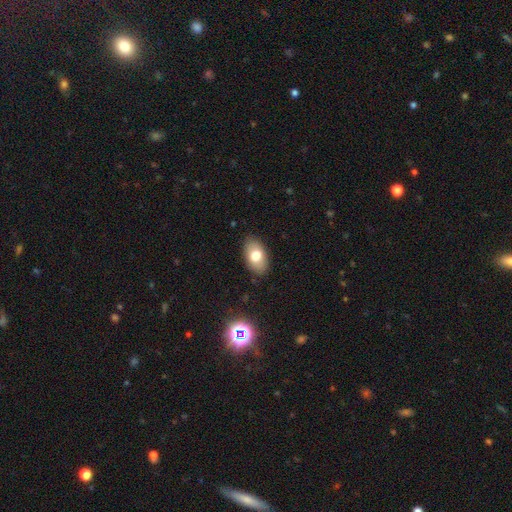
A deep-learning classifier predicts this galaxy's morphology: Overall: smooth (74%). How rounded: in between (92%). Merging: none (86%).